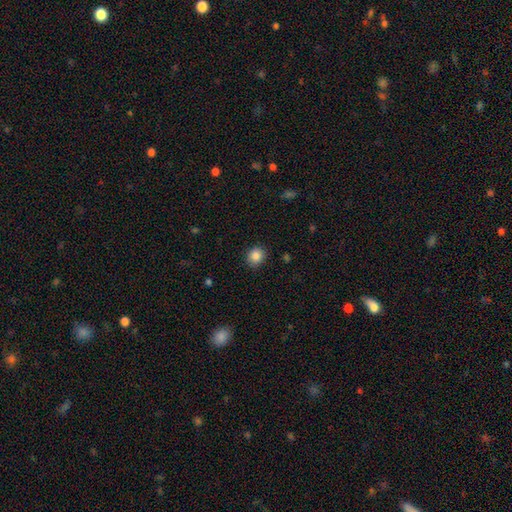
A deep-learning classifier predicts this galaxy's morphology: smooth_or_featured: smooth (p=0.85) [alt: star or artifact p=0.10]
how_rounded: round (p=0.79) [alt: in between p=0.20]
merging: none (p=0.88) [alt: minor disturbance p=0.08]